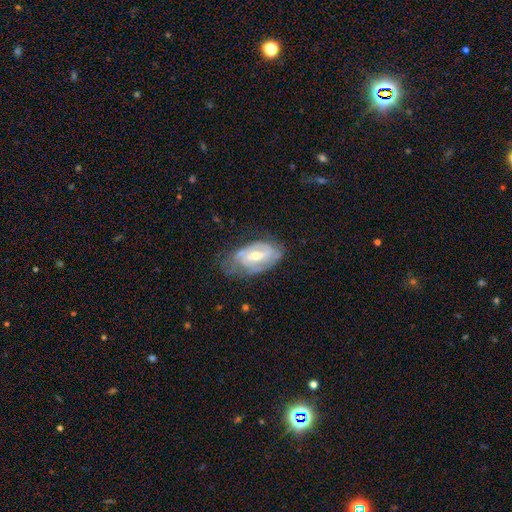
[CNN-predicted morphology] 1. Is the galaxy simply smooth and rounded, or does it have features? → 78% featured or disk, 16% smooth, 6% star or artifact.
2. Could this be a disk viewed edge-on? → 95% no, 5% yes.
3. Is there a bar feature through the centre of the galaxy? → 47% weak, 27% strong, 26% no.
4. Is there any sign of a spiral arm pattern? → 86% yes, 14% no.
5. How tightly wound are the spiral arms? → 49% tight, 37% medium, 14% loose.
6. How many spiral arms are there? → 50% 2, 30% can't tell, 11% 3, 4% 1, 3% 4, 2% more than 4.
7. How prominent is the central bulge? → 53% moderate, 43% small, 2% large, 1% none, 1% dominant.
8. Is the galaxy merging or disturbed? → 56% none, 29% minor disturbance, 13% major disturbance, 2% merger.